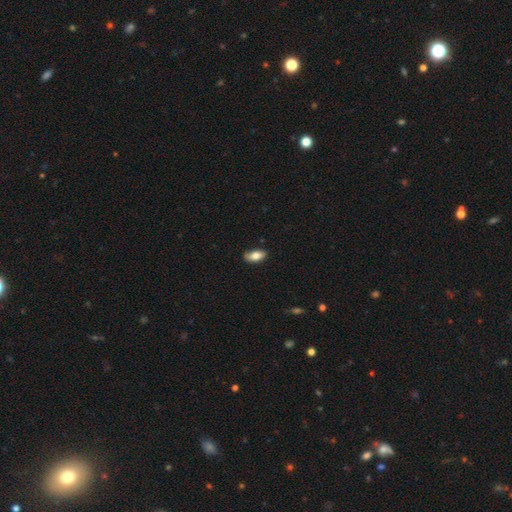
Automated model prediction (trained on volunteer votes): A smooth galaxy with no disk features (79%) that is in between round and cigar-shaped (90%). Merging: none (81%).